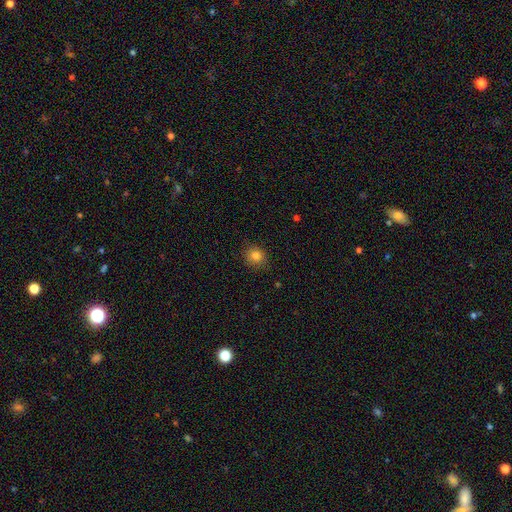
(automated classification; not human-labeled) This is clearly a smooth galaxy (81%). How rounded: clearly round (81%). Merging: clearly none (87%).